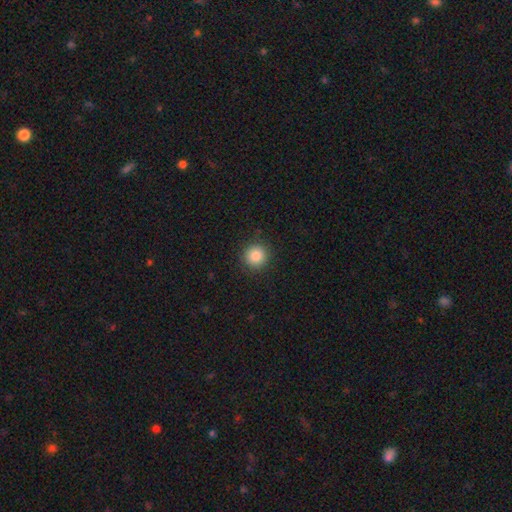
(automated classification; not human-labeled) The model was most divided on "smooth or featured": smooth: 85%, star or artifact: 10%, featured or disk: 5%. More confident: how rounded — round (94%); merging — none (90%).